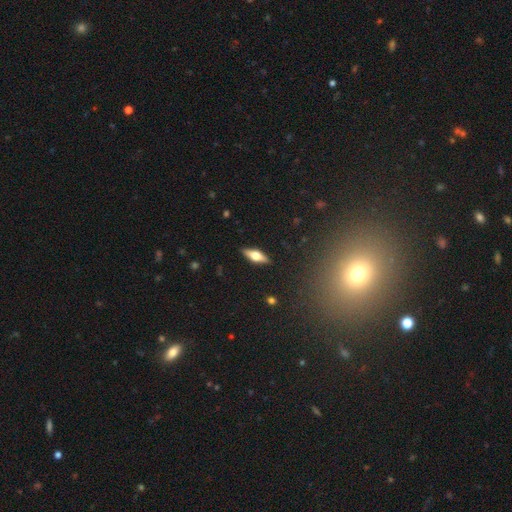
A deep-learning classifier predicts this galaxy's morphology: featured or disk 48%, smooth 45%, star or artifact 7%. Down the decision tree: merging — none (89%).